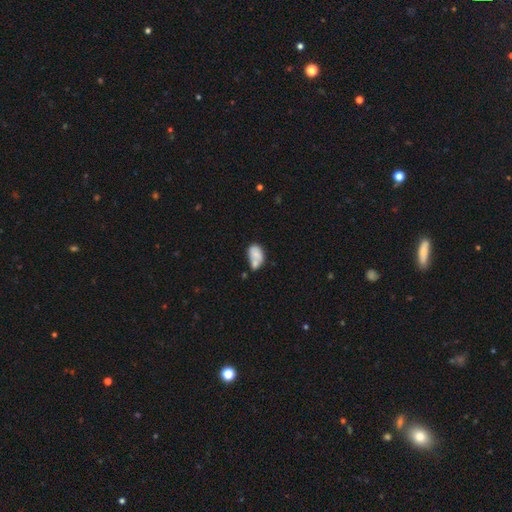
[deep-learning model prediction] Q: Smooth or featured?
A: smooth (72%); runner-up: featured or disk (20%)
Q: How rounded?
A: in between (87%); runner-up: round (11%)
Q: Merging?
A: merger (42%); runner-up: none (28%)